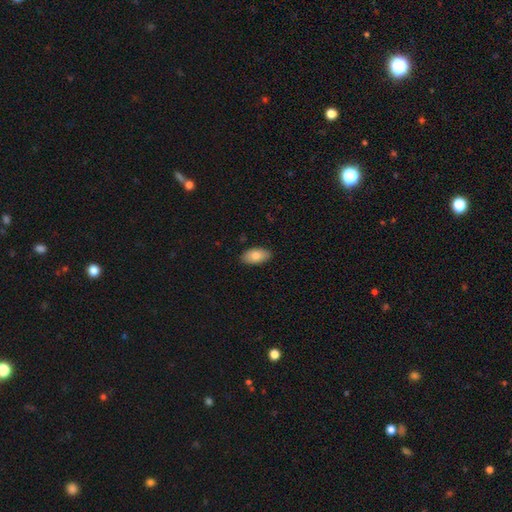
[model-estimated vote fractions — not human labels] smooth-or-featured: smooth: 82% | featured or disk: 12% | star or artifact: 6%
  how-rounded: in between: 94% | round: 3% | cigar-shaped: 3%
  merging: none: 88% | minor disturbance: 9% | major disturbance: 2% | merger: 1%